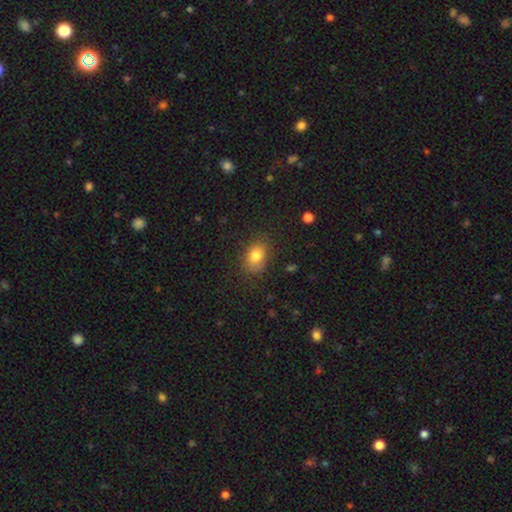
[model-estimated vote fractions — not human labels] smooth-or-featured: smooth: 81% | featured or disk: 10% | star or artifact: 10%
  how-rounded: in between: 72% | round: 26% | cigar-shaped: 1%
  merging: none: 76% | minor disturbance: 17% | major disturbance: 5% | merger: 1%